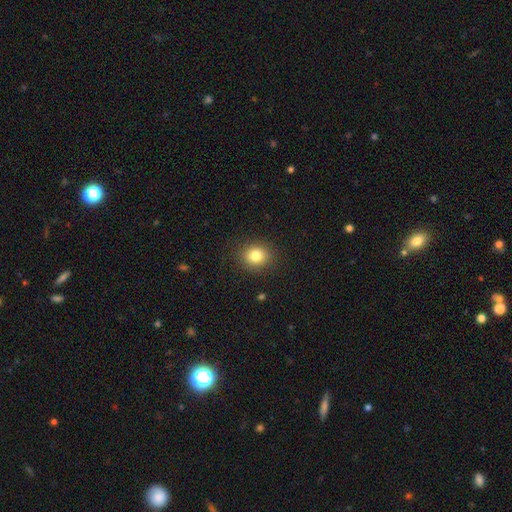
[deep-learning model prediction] A smooth galaxy with no disk features (82%) that is round (74%).

Vote fractions:
- Smooth or featured? smooth: 82% / star or artifact: 11% / featured or disk: 7%
- How rounded? round: 74% / in between: 25% / cigar-shaped: 1%
- Merging? none: 89% / minor disturbance: 8% / major disturbance: 3% / merger: 1%